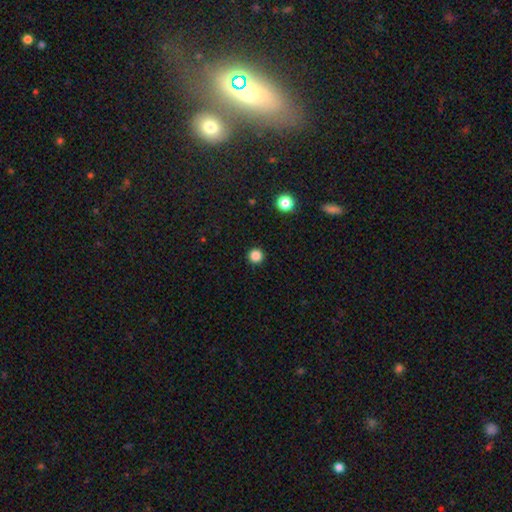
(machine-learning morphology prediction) The model was most divided on "smooth or featured": smooth: 85%, star or artifact: 12%, featured or disk: 3%. More confident: how rounded — round (96%); merging — none (93%).